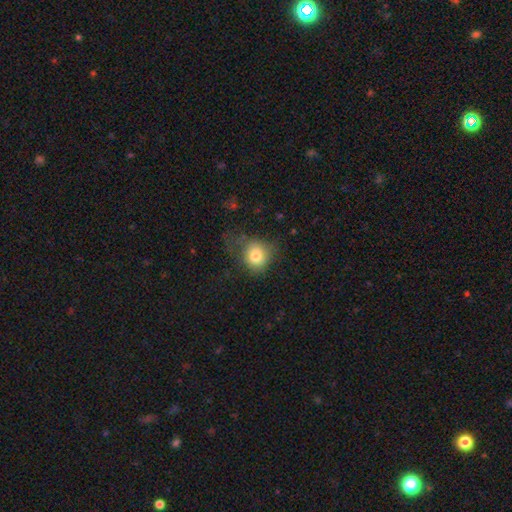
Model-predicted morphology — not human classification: type=smooth (77%); roundness=round (73%); merging=none (49%).